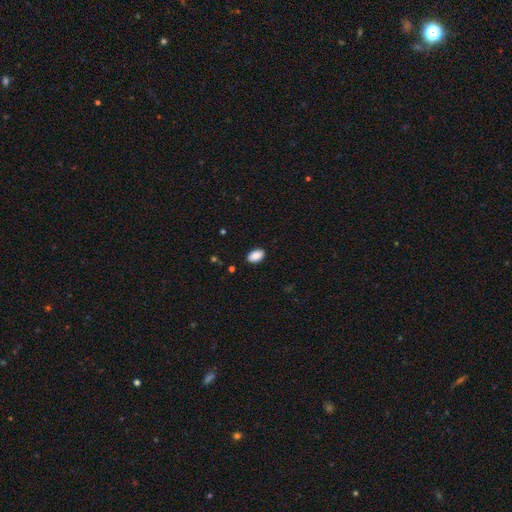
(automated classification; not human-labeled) Q: Smooth or featured?
A: smooth (88%); runner-up: star or artifact (7%)
Q: How rounded?
A: in between (93%); runner-up: round (5%)
Q: Merging?
A: none (87%); runner-up: minor disturbance (10%)